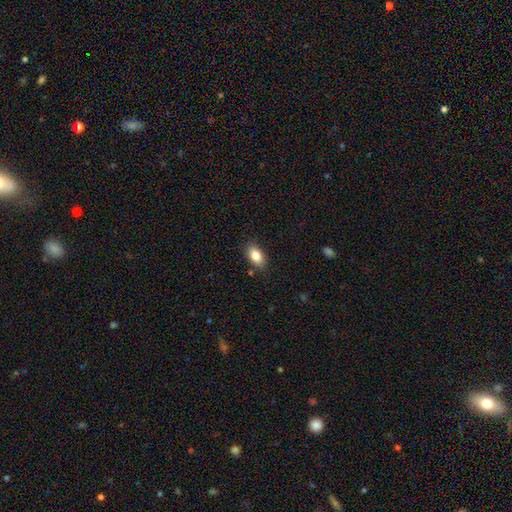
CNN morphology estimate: smooth-or-featured: smooth: 84% | star or artifact: 8% | featured or disk: 8%
  how-rounded: in between: 90% | round: 8% | cigar-shaped: 3%
  merging: none: 84% | minor disturbance: 12% | major disturbance: 3% | merger: 2%